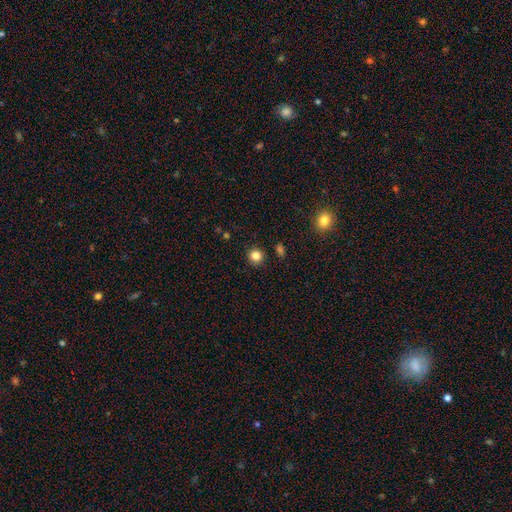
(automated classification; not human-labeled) smooth-or-featured: smooth: 84% | star or artifact: 12% | featured or disk: 5%
  how-rounded: round: 89% | in between: 10% | cigar-shaped: 1%
  merging: none: 89% | minor disturbance: 7% | merger: 2% | major disturbance: 2%